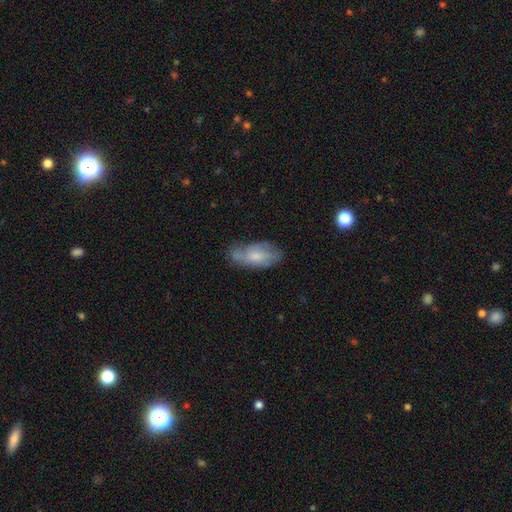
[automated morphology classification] A smooth galaxy with no disk features (53%) that is in between round and cigar-shaped (85%).

Vote fractions:
- Smooth or featured? smooth: 53% / featured or disk: 40% / star or artifact: 8%
- How rounded? in between: 85% / cigar-shaped: 12% / round: 3%
- Merging? none: 53% / minor disturbance: 31% / major disturbance: 11% / merger: 4%